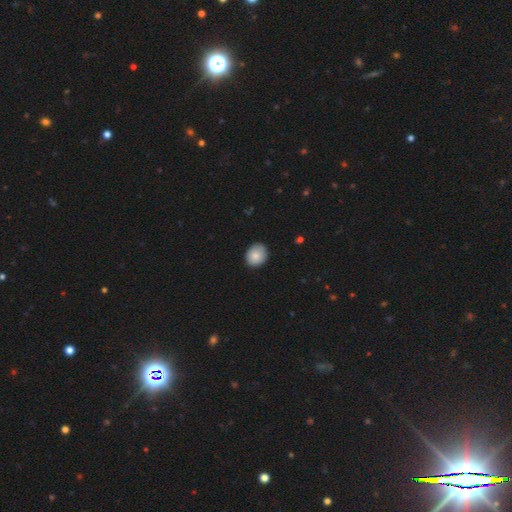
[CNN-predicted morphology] The model was most divided on "how rounded": round: 61%, in between: 38%, cigar-shaped: 1%. More confident: merging — none (85%); smooth or featured — smooth (85%).